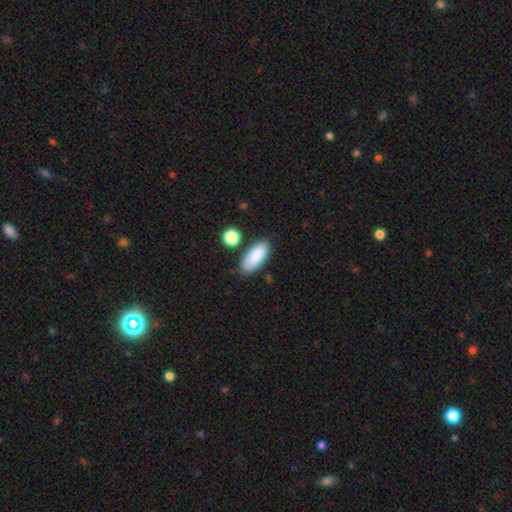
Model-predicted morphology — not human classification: This is clearly a smooth galaxy (87%). How rounded: clearly in between (86%). Merging: likely none (80%).